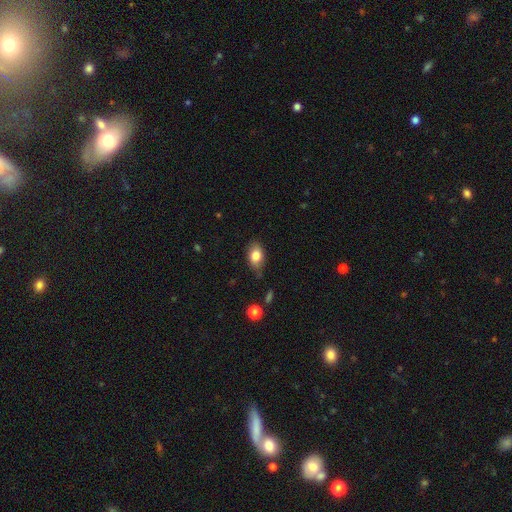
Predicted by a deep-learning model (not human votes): Smooth or featured? Predicted: smooth (p=0.82). How rounded? Predicted: in between (p=0.86). Merging? Predicted: none (p=0.73).